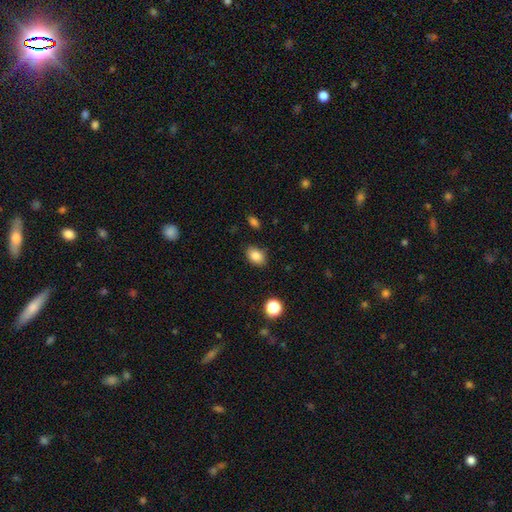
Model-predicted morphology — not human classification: type=smooth (85%); roundness=in between (79%); merging=none (85%).